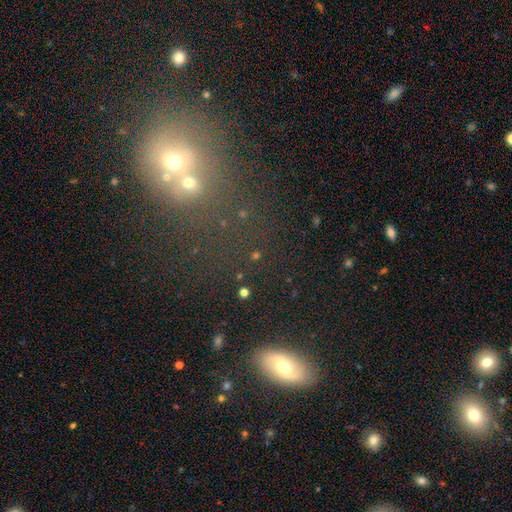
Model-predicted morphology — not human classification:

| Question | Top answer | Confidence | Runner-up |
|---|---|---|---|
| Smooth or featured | smooth | 43% | star or artifact (41%) |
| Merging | none | 71% | minor disturbance (11%) |